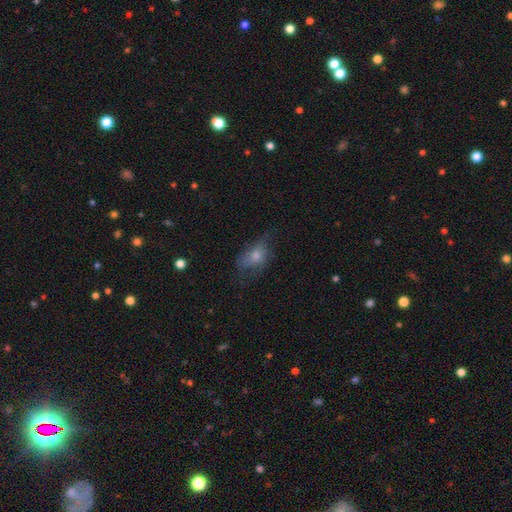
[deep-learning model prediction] This appears to be a smooth galaxy with no disk features (49%). Merging: none (45%).